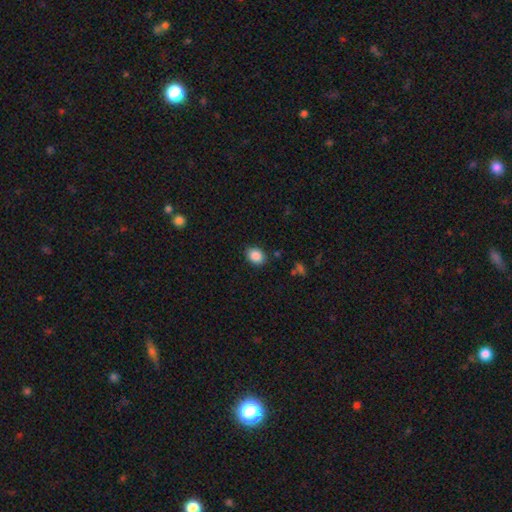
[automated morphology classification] smooth-or-featured: smooth: 87% | star or artifact: 9% | featured or disk: 4%
  how-rounded: in between: 57% | round: 42% | cigar-shaped: 1%
  merging: none: 87% | minor disturbance: 9% | major disturbance: 2% | merger: 2%